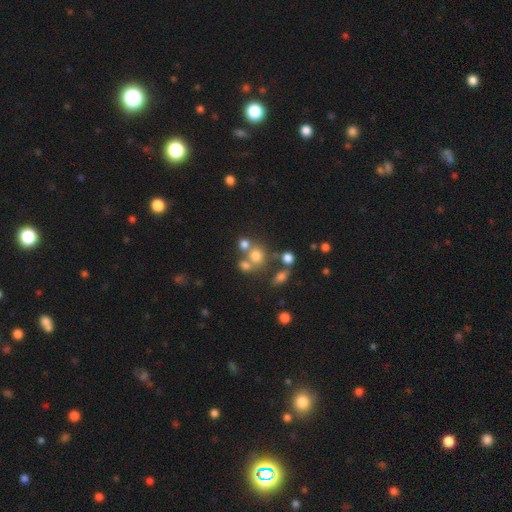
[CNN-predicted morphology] Smooth or featured? Predicted: smooth (p=0.68). How rounded? Predicted: round (p=0.78). Merging? Predicted: none (p=0.52).